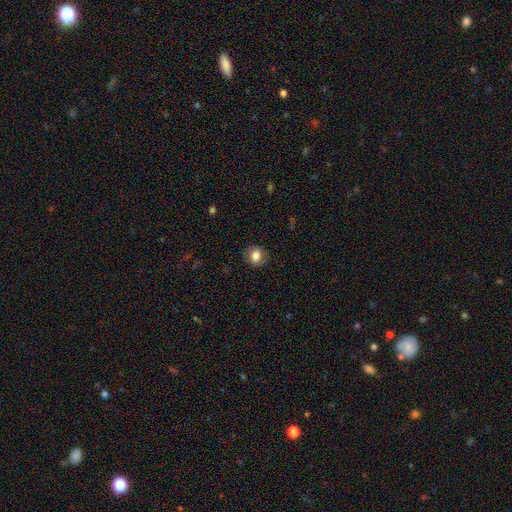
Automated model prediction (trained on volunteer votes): Smooth or featured: smooth — 79% (featured or disk — 12%)
How rounded: round — 67% (in between — 32%)
Merging: none — 83% (minor disturbance — 12%)